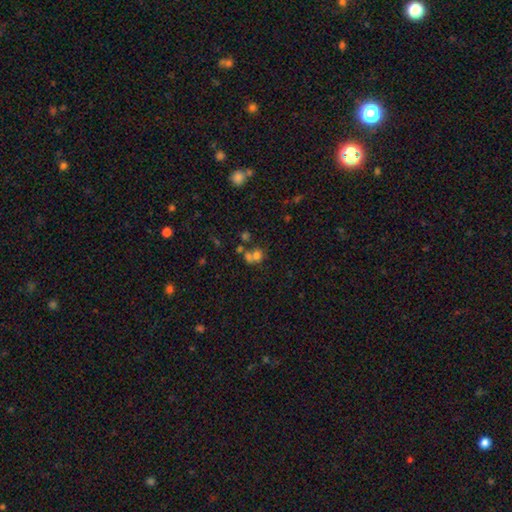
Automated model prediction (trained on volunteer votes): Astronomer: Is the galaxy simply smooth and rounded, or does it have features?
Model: smooth — 65%.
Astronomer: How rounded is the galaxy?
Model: round — 75%.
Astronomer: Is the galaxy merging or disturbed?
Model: merger — 45% (runner-up: none, 39%).